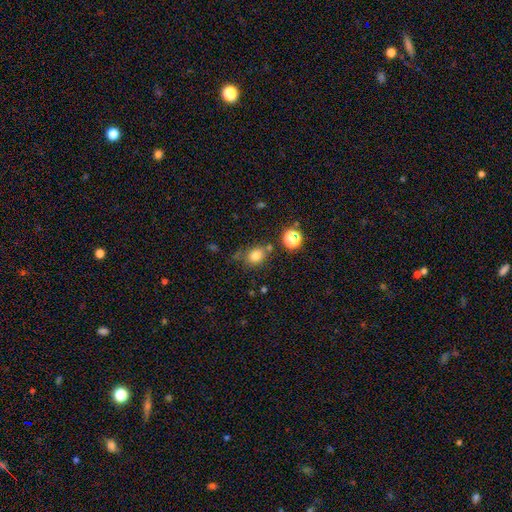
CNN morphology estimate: This is likely a smooth galaxy (78%). How rounded: likely round (61%). Merging: likely none (64%).